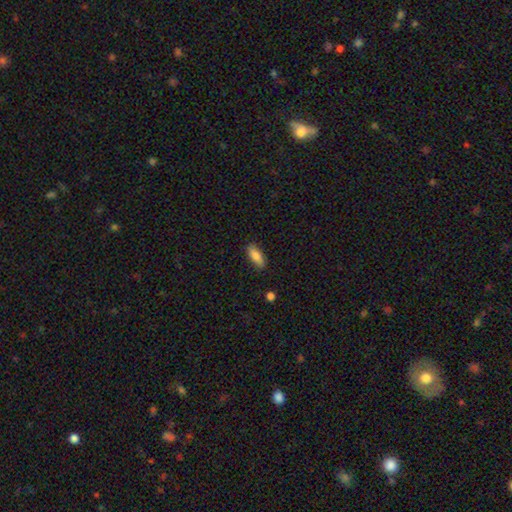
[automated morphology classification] A smooth galaxy with no disk features (83%) that is in between round and cigar-shaped (74%). Merging: none (85%).